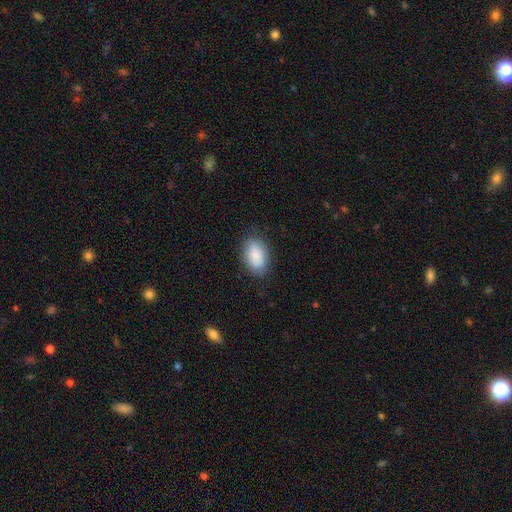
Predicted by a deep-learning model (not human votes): smooth-or-featured: smooth: 88% | star or artifact: 6% | featured or disk: 6%
  how-rounded: in between: 92% | round: 6% | cigar-shaped: 2%
  merging: none: 83% | minor disturbance: 12% | major disturbance: 3% | merger: 1%